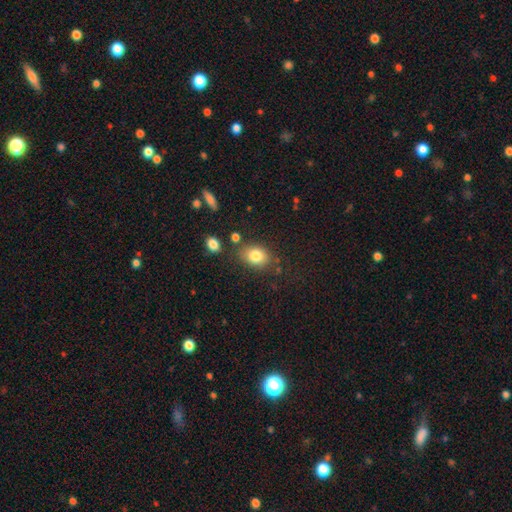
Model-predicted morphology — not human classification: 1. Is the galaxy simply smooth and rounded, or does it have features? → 82% smooth, 10% star or artifact, 9% featured or disk.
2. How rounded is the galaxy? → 66% in between, 32% round, 1% cigar-shaped.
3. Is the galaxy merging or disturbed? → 74% none, 15% minor disturbance, 6% merger, 5% major disturbance.